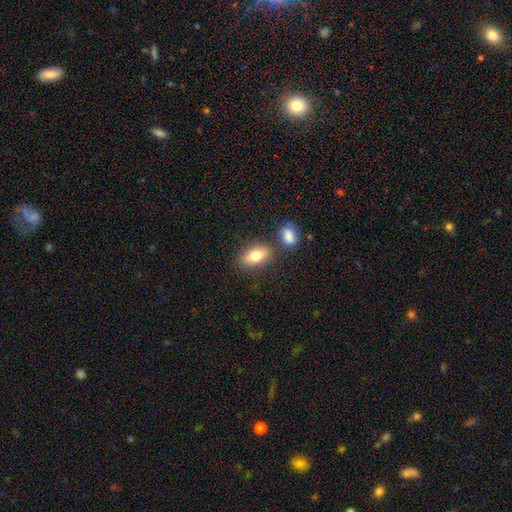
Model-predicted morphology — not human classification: A smooth galaxy with no disk features (79%) that is in between round and cigar-shaped (87%). Merging: none (73%).